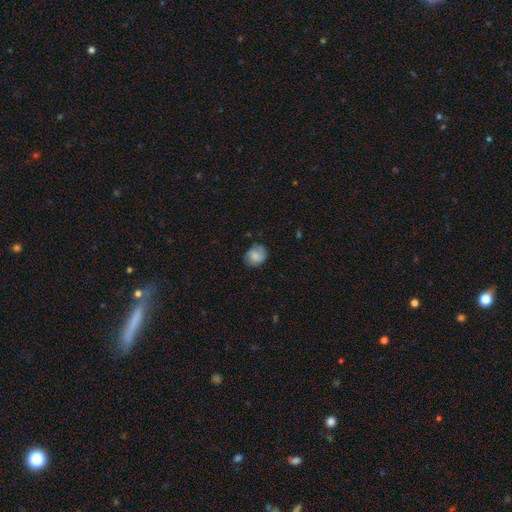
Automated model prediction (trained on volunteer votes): Smooth or featured: smooth — 68% (featured or disk — 24%)
How rounded: round — 66% (in between — 33%)
Merging: none — 67% (minor disturbance — 24%)